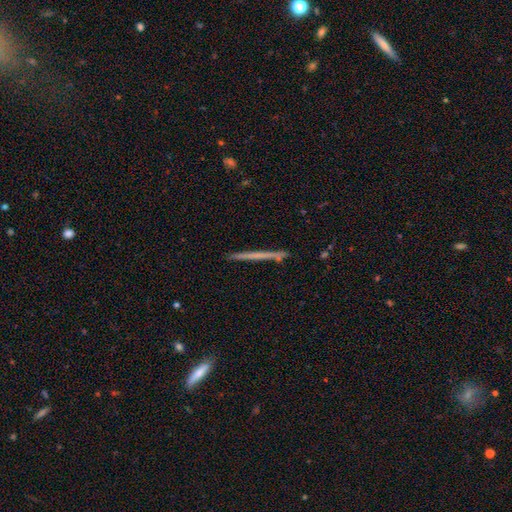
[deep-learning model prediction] featured or disk 52%, smooth 41%, star or artifact 7%. Down the decision tree: edge-on disk — yes (97%); edge-on bulge — none (88%); merging — none (90%).